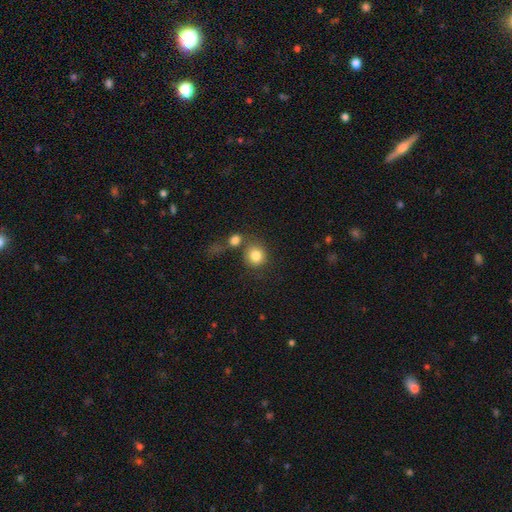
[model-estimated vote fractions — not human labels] A smooth galaxy with no disk features (83%) that is round (84%). Merging: none (62%).